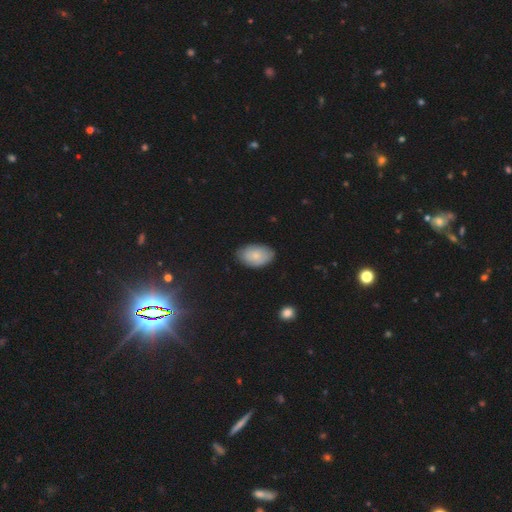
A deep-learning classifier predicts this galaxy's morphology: A smooth galaxy with no disk features (78%) that is in between round and cigar-shaped (92%). Merging: none (81%).